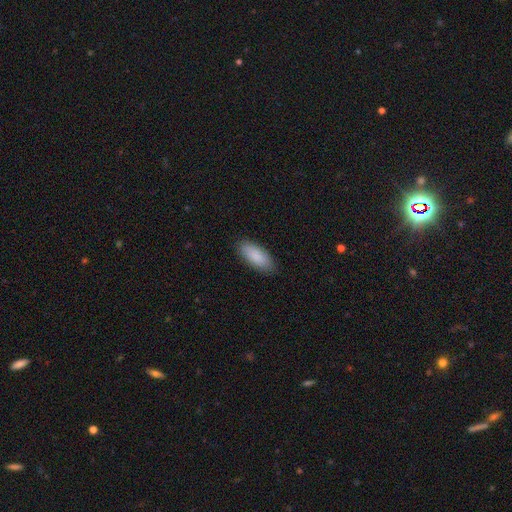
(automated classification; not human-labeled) smooth_or_featured: smooth (p=0.88) [alt: featured or disk p=0.06]
how_rounded: in between (p=0.83) [alt: cigar-shaped p=0.16]
merging: none (p=0.86) [alt: minor disturbance p=0.10]